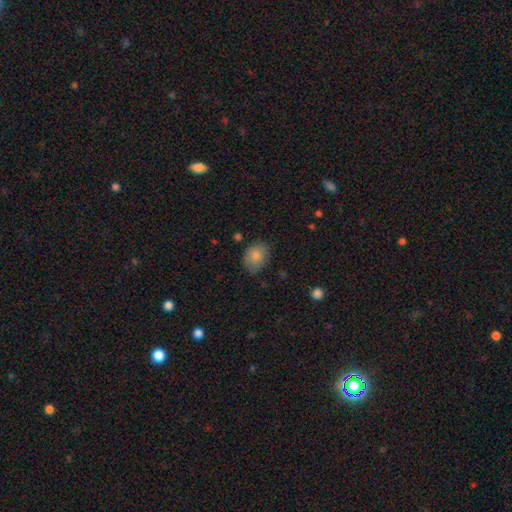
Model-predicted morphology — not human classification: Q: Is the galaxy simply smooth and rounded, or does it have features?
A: smooth — 84%.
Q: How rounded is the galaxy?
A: in between — 63%.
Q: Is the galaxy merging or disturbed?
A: none — 78%.